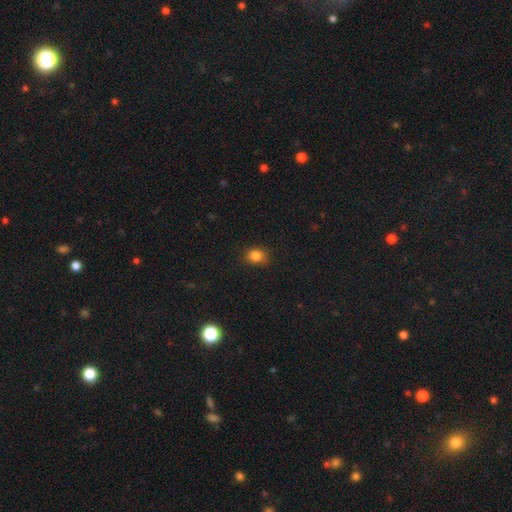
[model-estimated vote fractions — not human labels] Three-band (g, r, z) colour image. It shows a smooth galaxy with no disk features (83%) that is round (65%). Merging: none (83%).